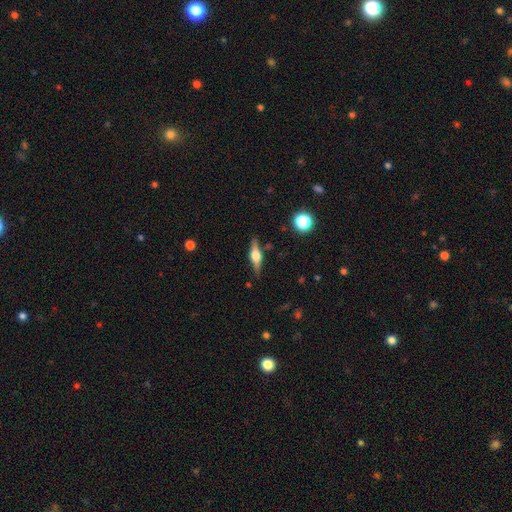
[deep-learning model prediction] Smooth or featured: featured or disk — 71% (smooth — 22%)
Edge-on disk: yes — 96% (no — 4%)
Edge-on bulge: rounded — 93% (boxy — 6%)
Merging: none — 85% (minor disturbance — 10%)